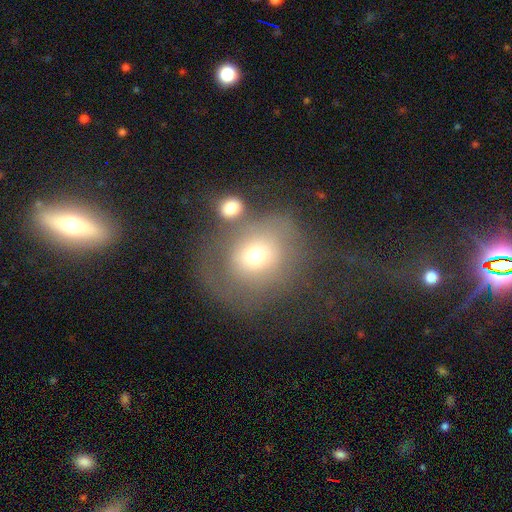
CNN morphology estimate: Smooth or featured? smooth (56%)
How rounded? round (74%)
Merging? none (37%)